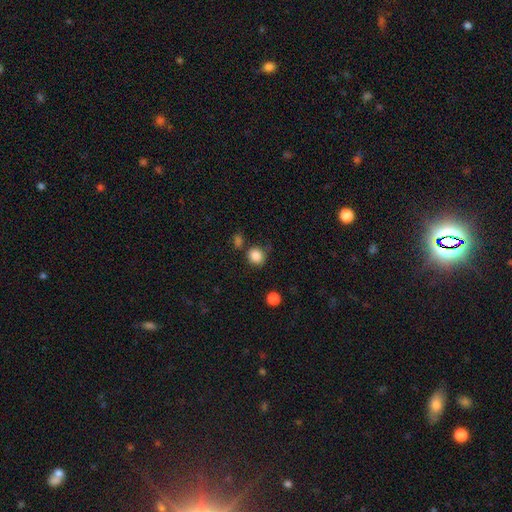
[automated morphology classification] A smooth galaxy with no disk features (86%) that is round (82%).

Vote fractions:
- Smooth or featured? smooth: 86% / star or artifact: 10% / featured or disk: 4%
- How rounded? round: 82% / in between: 17% / cigar-shaped: 1%
- Merging? none: 72% / minor disturbance: 15% / merger: 8% / major disturbance: 5%